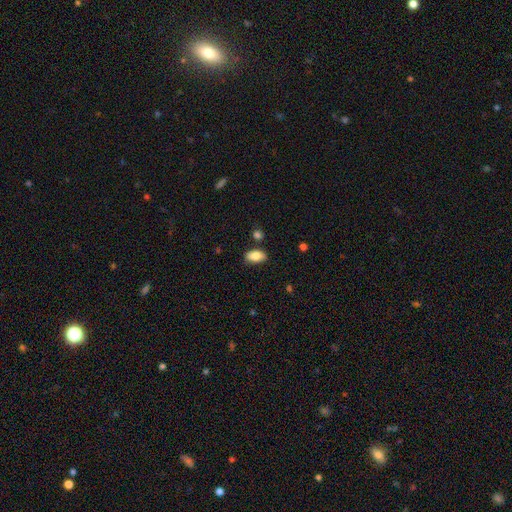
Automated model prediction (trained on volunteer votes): Overall: smooth (83%). How rounded: in between (92%). Merging: none (82%).